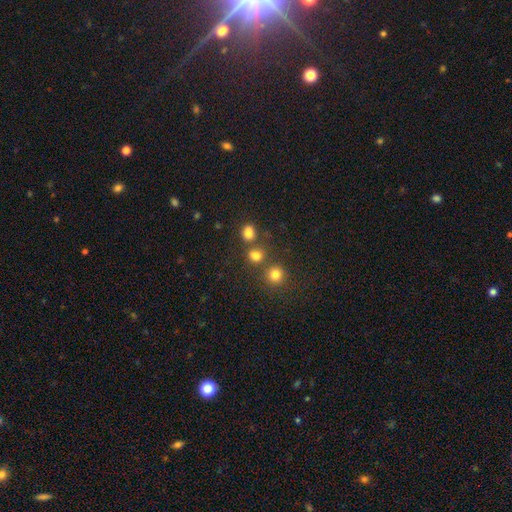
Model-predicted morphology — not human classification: A smooth galaxy with no disk features (78%) that is round (67%).

Vote fractions:
- Smooth or featured? smooth: 78% / star or artifact: 16% / featured or disk: 6%
- How rounded? round: 67% / in between: 32% / cigar-shaped: 1%
- Merging? none: 64% / merger: 22% / minor disturbance: 9% / major disturbance: 4%